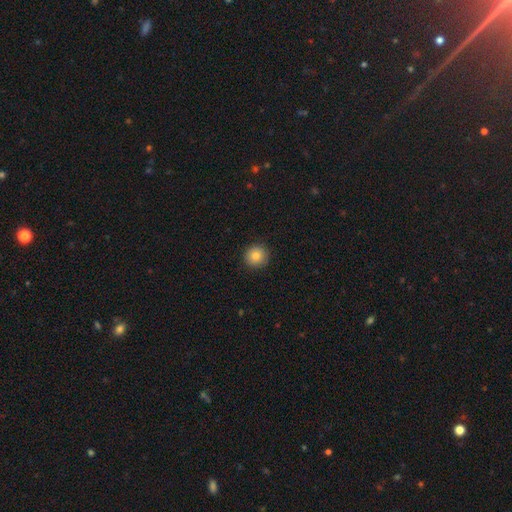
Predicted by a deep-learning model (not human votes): This appears to be a smooth galaxy with no disk features (82%) that is round (94%). Merging: none (91%).